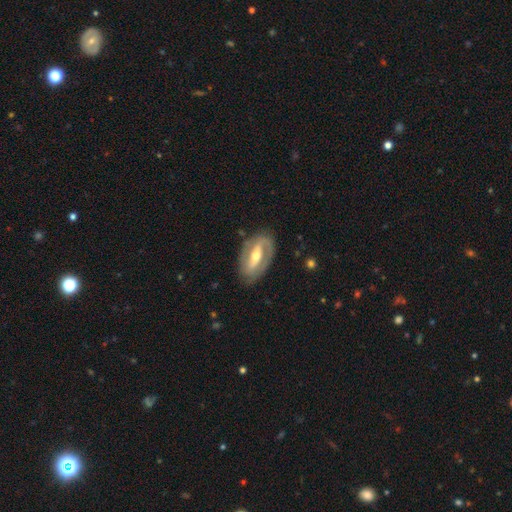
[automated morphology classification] A featured or disk galaxy (81%) with a strong bar (59%), 2 (78%) medium (40%) spiral arms (77%) and a moderate central bulge (65%).

Vote fractions:
- Smooth or featured? featured or disk: 81% / smooth: 15% / star or artifact: 5%
- Edge-on disk? no: 92% / yes: 8%
- Bar? strong: 59% / weak: 27% / no: 14%
- Spiral arms? yes: 77% / no: 23%
- Spiral winding? medium: 40% / tight: 39% / loose: 21%
- Spiral arm count? 2: 78% / can't tell: 10% / 1: 9% / 3: 1% / 4: 1% / more than 4: 1%
- Bulge size? moderate: 65% / small: 29% / large: 4% / none: 1% / dominant: 1%
- Merging? none: 81% / minor disturbance: 14% / major disturbance: 5% / merger: 1%